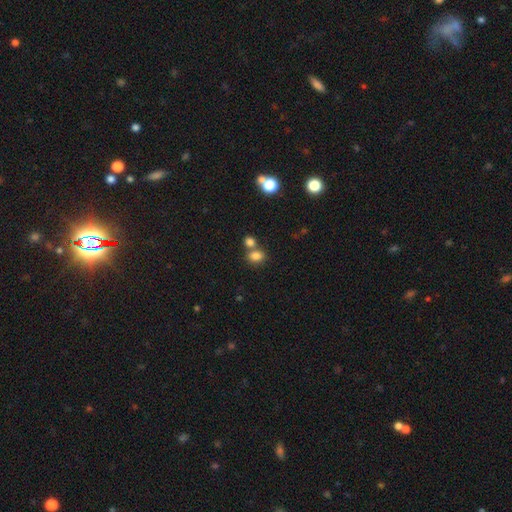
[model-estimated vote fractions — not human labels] smooth 81%, star or artifact 12%, featured or disk 7%. Down the decision tree: how rounded — in between (59%); merging — none (51%).